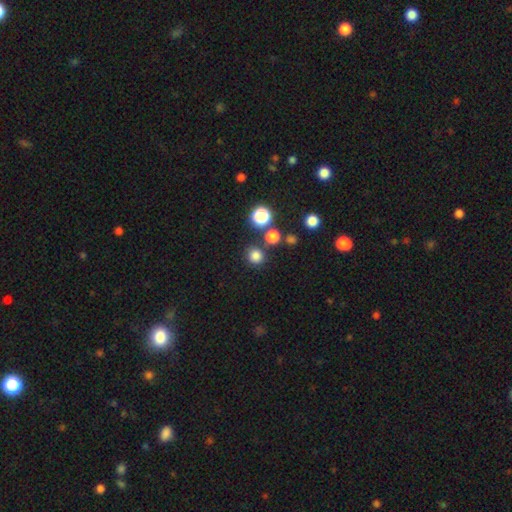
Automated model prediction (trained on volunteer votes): Smooth or featured? Predicted: smooth (p=0.78). How rounded? Predicted: round (p=0.91). Merging? Predicted: none (p=0.81).